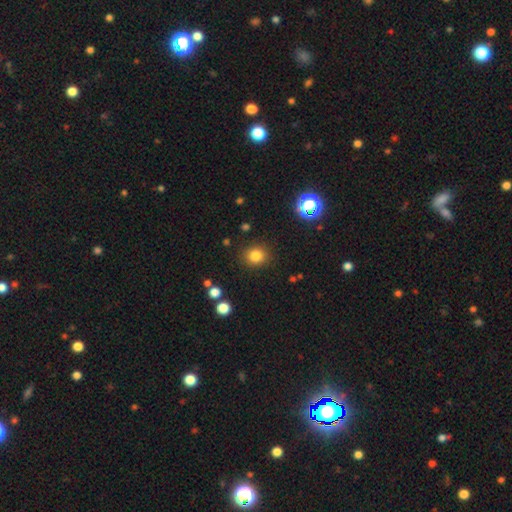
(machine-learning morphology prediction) smooth 82%, star or artifact 13%, featured or disk 5%. Down the decision tree: how rounded — round (77%); merging — none (87%).